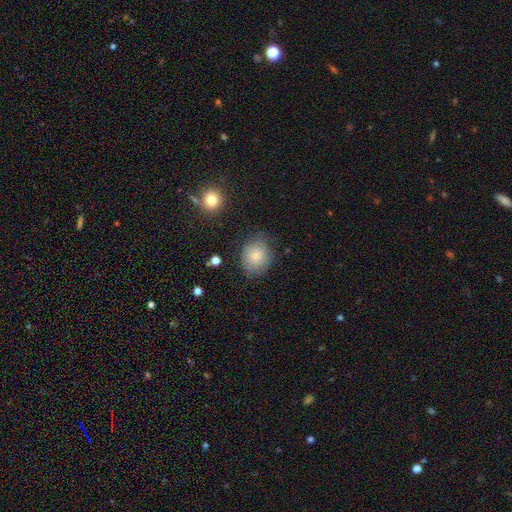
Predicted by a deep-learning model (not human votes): smooth-or-featured: smooth: 77% | featured or disk: 15% | star or artifact: 8%
  how-rounded: round: 72% | in between: 27% | cigar-shaped: 1%
  merging: none: 69% | minor disturbance: 22% | major disturbance: 7% | merger: 2%